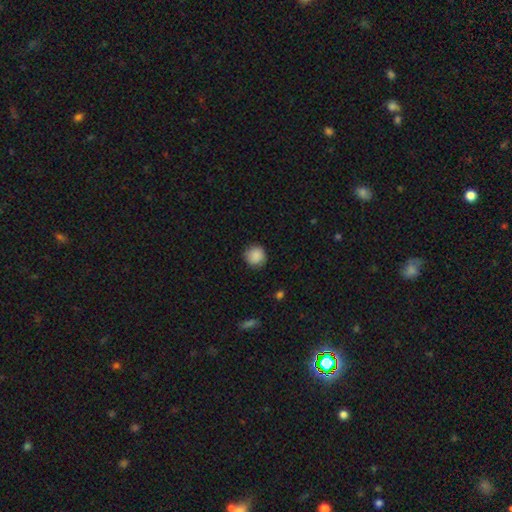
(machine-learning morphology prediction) This is clearly a smooth galaxy (88%). How rounded: clearly round (93%). Merging: clearly none (88%).